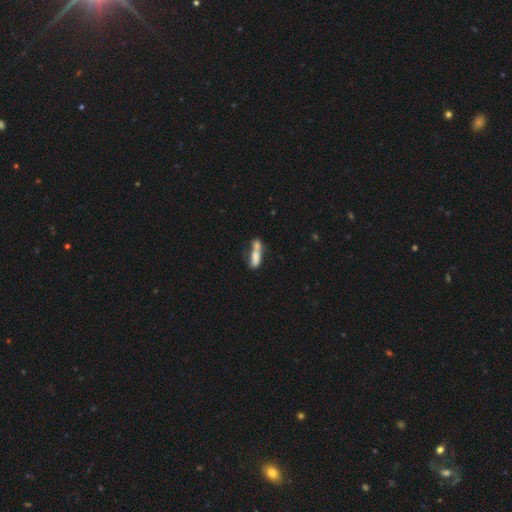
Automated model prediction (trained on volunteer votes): Smooth or featured? smooth (69%)
How rounded? in between (50%)
Merging? merger (53%)